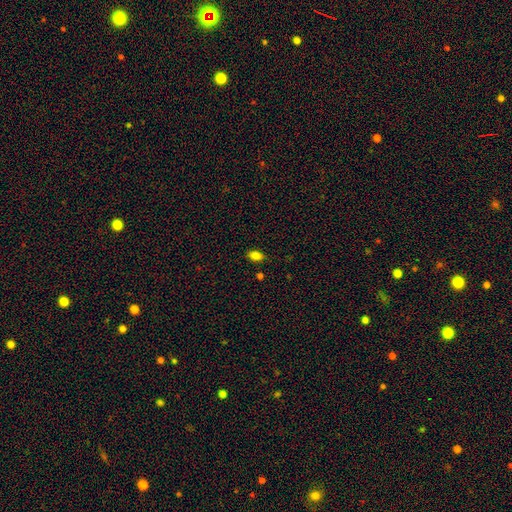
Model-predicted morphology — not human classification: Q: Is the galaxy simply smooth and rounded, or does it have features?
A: smooth — 82%.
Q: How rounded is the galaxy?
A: in between — 87%.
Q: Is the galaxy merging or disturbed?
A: none — 85%.